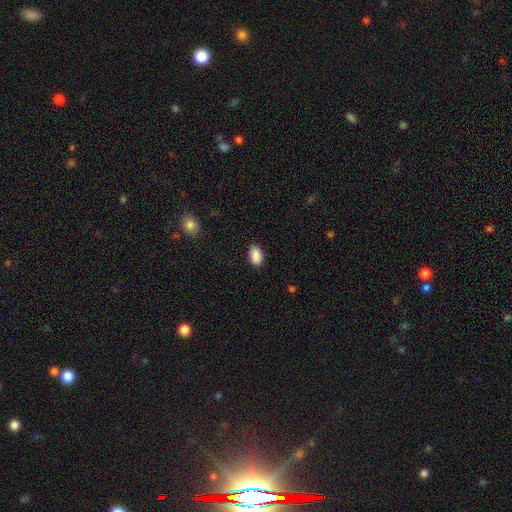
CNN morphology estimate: Smooth or featured: smooth — 90% (star or artifact — 7%)
How rounded: in between — 90% (round — 9%)
Merging: none — 88% (minor disturbance — 9%)